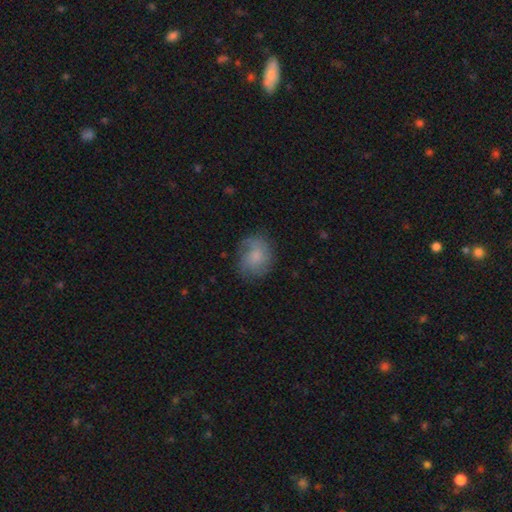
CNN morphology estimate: Smooth or featured? smooth (50%)
How rounded? round (59%)
Merging? none (68%)